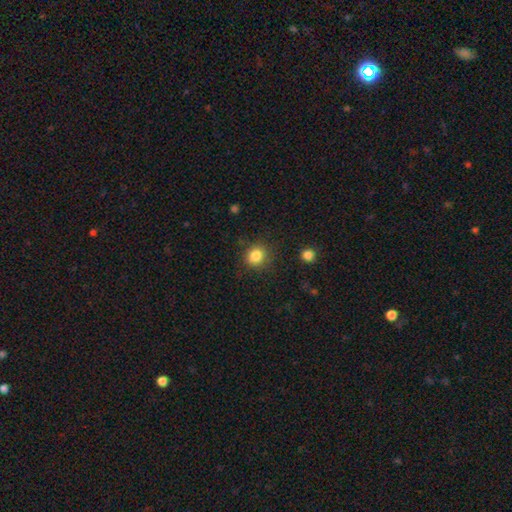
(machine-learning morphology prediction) Smooth or featured?
  - smooth: 85% *
  - star or artifact: 11%
  - featured or disk: 5%
How rounded?
  - round: 79% *
  - in between: 20%
  - cigar-shaped: 1%
Merging?
  - none: 84% *
  - minor disturbance: 11%
  - major disturbance: 4%
  - merger: 2%